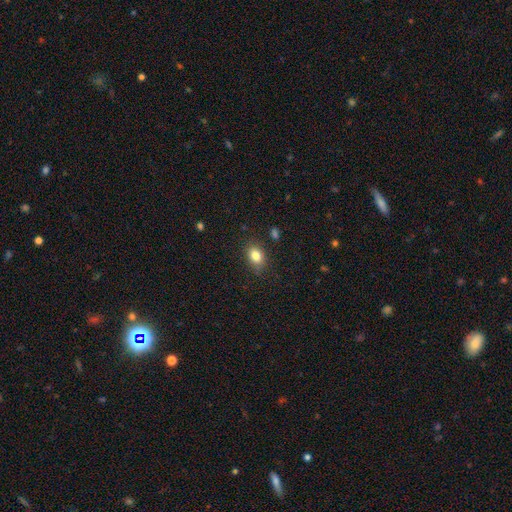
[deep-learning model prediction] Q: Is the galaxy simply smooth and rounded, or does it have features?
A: smooth — 82%.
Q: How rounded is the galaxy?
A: in between — 76%.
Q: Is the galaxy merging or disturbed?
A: none — 83%.